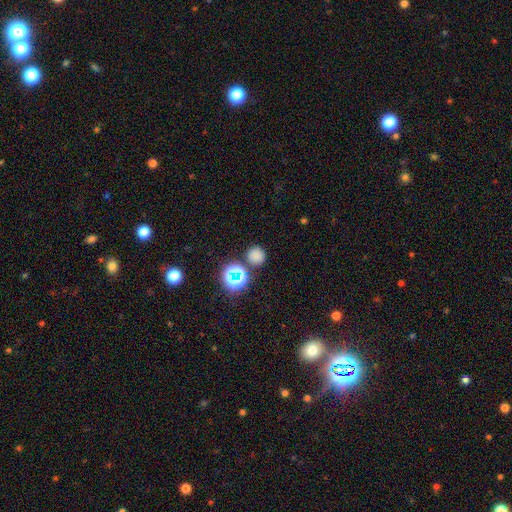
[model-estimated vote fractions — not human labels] Smooth or featured? smooth (71%)
How rounded? round (91%)
Merging? none (82%)